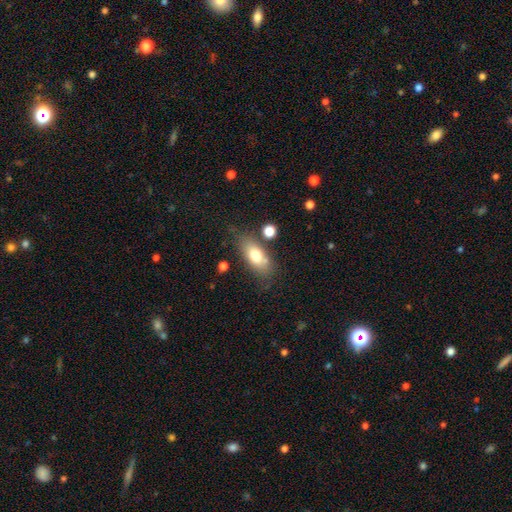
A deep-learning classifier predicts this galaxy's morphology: This appears to be a smooth galaxy with no disk features (73%) that is in between round and cigar-shaped (81%). Merging: none (70%).